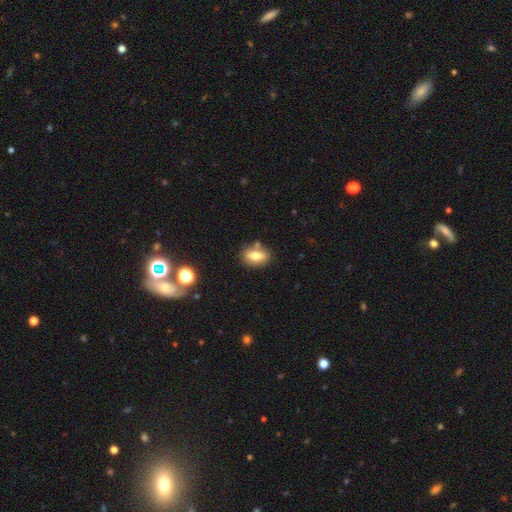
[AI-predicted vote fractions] Morphology: type=smooth (69%); roundness=in between (78%); merging=none (77%).